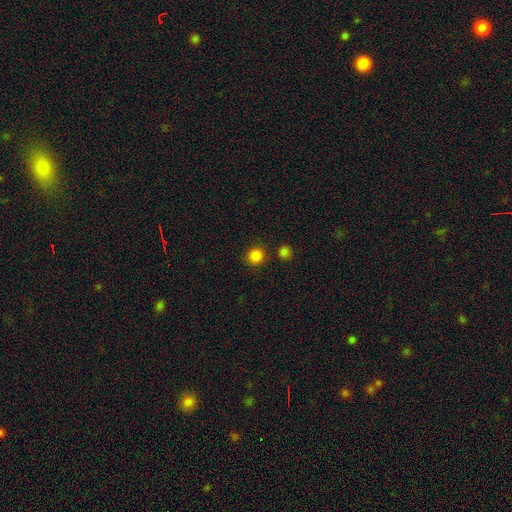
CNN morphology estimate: Overall: smooth (84%). How rounded: round (94%). Merging: none (86%).